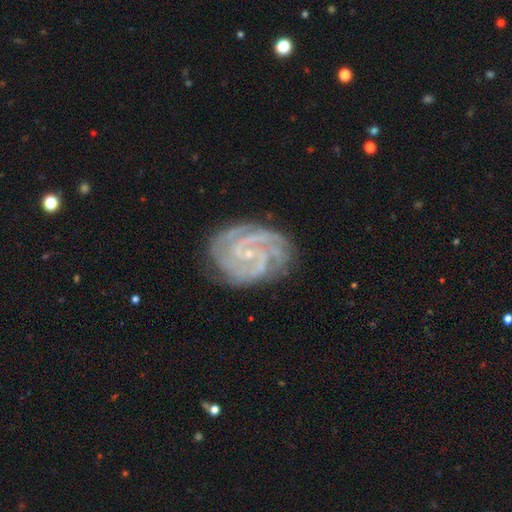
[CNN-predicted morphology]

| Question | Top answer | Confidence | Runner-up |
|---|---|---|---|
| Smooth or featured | featured or disk | 85% | star or artifact (9%) |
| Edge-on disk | no | 97% | yes (3%) |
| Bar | no | 46% | weak (37%) |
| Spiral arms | yes | 98% | no (2%) |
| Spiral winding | tight | 72% | medium (24%) |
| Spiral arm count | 3 | 25% | 4 (22%) |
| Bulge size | small | 82% | moderate (10%) |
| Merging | none | 81% | minor disturbance (13%) |